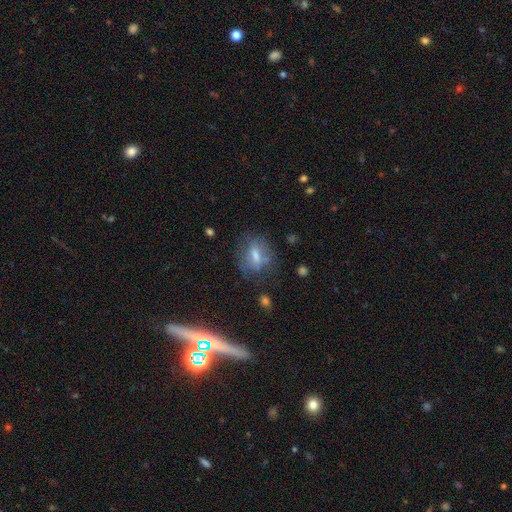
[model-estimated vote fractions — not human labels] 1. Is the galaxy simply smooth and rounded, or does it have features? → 59% smooth, 30% featured or disk, 11% star or artifact.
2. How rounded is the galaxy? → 62% in between, 31% round, 7% cigar-shaped.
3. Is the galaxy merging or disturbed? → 62% none, 21% minor disturbance, 11% major disturbance, 6% merger.